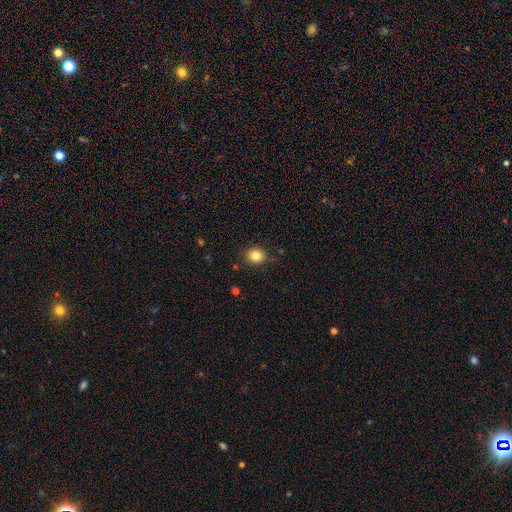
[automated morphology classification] Q: Smooth or featured?
A: smooth (83%); runner-up: star or artifact (11%)
Q: How rounded?
A: round (78%); runner-up: in between (21%)
Q: Merging?
A: none (85%); runner-up: minor disturbance (11%)